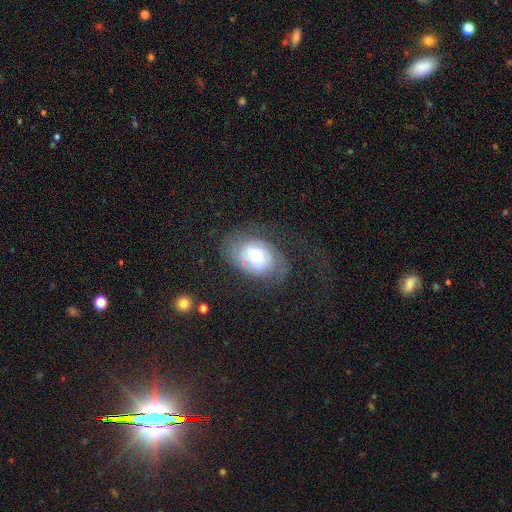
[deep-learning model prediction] smooth-or-featured: smooth: 46% | featured or disk: 45% | star or artifact: 9%
  merging: none: 55% | minor disturbance: 24% | major disturbance: 20% | merger: 2%